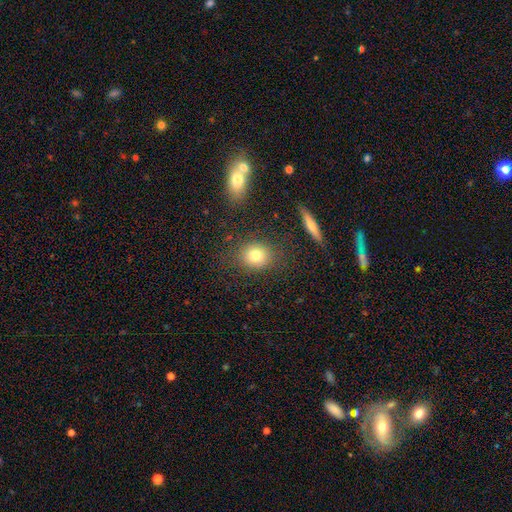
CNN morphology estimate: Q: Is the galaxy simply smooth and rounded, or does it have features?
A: smooth — 78%.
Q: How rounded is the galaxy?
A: round — 70%.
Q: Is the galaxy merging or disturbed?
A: none — 82%.